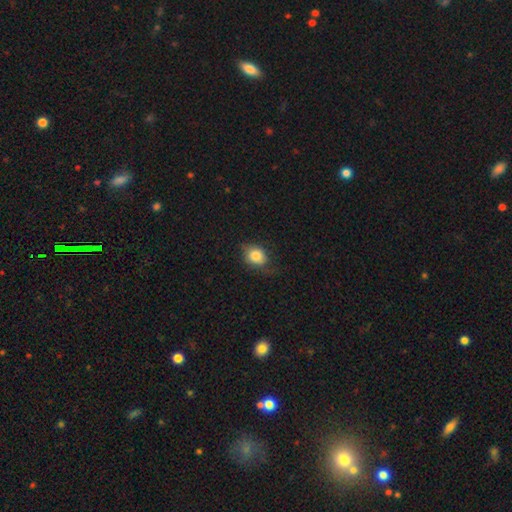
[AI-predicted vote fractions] smooth 80%, featured or disk 11%, star or artifact 9%. Down the decision tree: how rounded — round (60%); merging — none (63%).